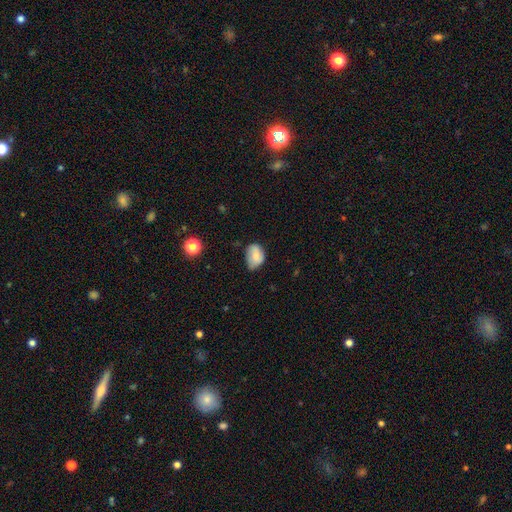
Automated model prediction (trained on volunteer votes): Q: Smooth or featured?
A: smooth (74%); runner-up: featured or disk (18%)
Q: How rounded?
A: in between (76%); runner-up: round (23%)
Q: Merging?
A: none (47%); runner-up: minor disturbance (42%)